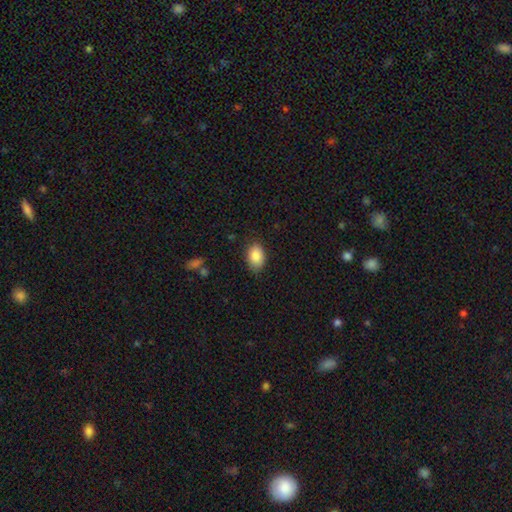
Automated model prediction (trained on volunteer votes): smooth_or_featured: smooth (p=0.87) [alt: star or artifact p=0.07]
how_rounded: in between (p=0.85) [alt: round p=0.14]
merging: none (p=0.81) [alt: minor disturbance p=0.15]